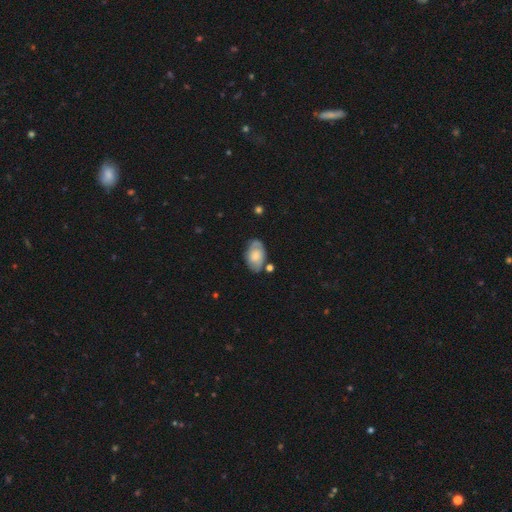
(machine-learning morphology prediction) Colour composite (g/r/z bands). It shows a smooth galaxy with no disk features (50%). Merging: none (67%).